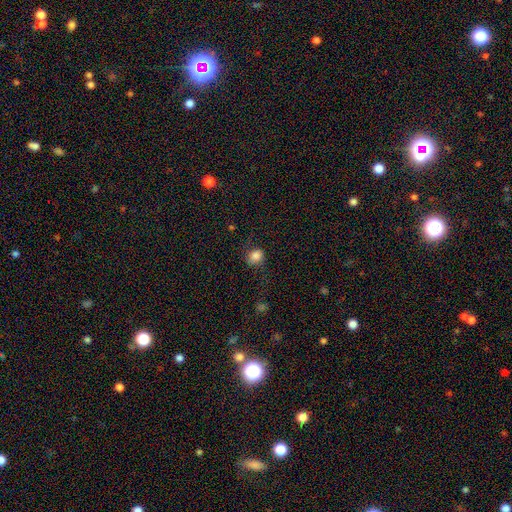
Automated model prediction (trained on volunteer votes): Smooth or featured? smooth (82%)
How rounded? round (67%)
Merging? none (71%)